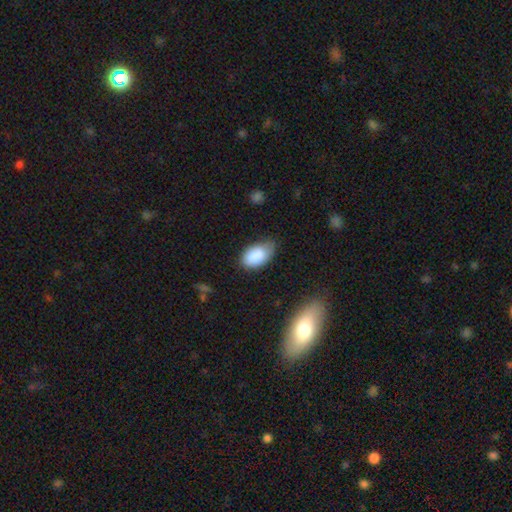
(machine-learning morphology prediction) Smooth or featured? smooth (87%)
How rounded? in between (93%)
Merging? none (55%)